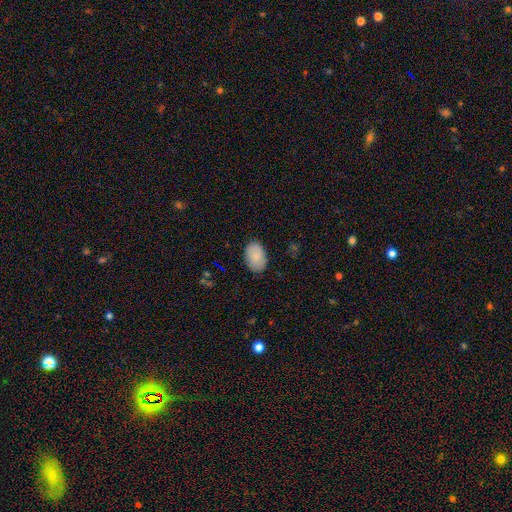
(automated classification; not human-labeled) The model was most divided on "merging": none: 85%, minor disturbance: 12%, major disturbance: 2%, merger: 1%. More confident: how rounded — in between (89%); smooth or featured — smooth (87%).